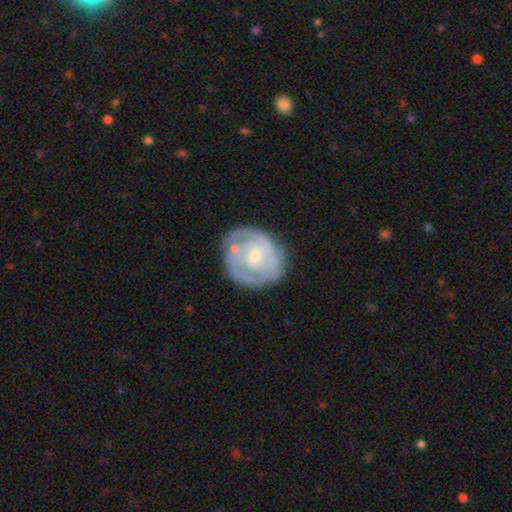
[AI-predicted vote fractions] smooth_or_featured: featured or disk (p=0.77) [alt: smooth p=0.18]
disk_edge_on: no (p=0.98) [alt: yes p=0.02]
bar: no (p=0.66) [alt: weak p=0.28]
has_spiral_arms: yes (p=0.83) [alt: no p=0.17]
spiral_winding: tight (p=0.67) [alt: medium p=0.26]
spiral_arm_count: can't tell (p=0.36) [alt: 2 p=0.32]
bulge_size: small (p=0.62) [alt: moderate p=0.34]
merging: none (p=0.68) [alt: minor disturbance p=0.19]